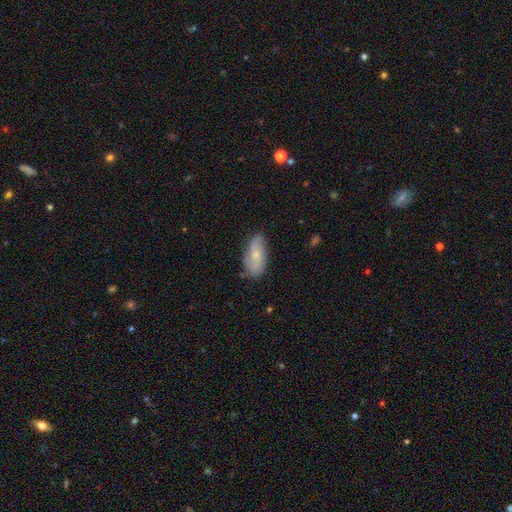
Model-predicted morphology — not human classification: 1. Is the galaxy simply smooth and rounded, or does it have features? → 59% smooth, 34% featured or disk, 7% star or artifact.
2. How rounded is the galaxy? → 87% in between, 10% cigar-shaped, 3% round.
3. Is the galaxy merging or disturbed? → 72% none, 22% minor disturbance, 4% major disturbance, 1% merger.